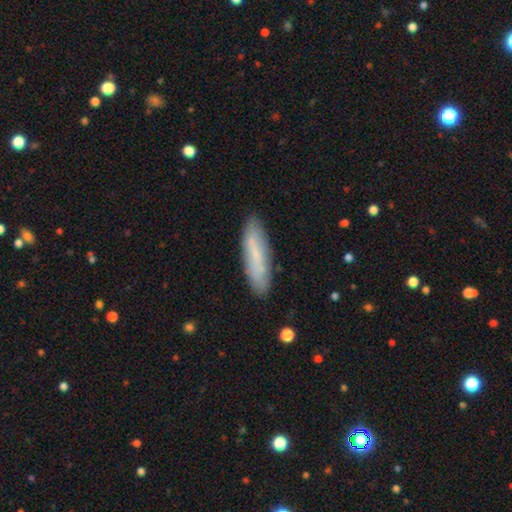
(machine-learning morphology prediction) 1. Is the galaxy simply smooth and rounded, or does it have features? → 68% smooth, 25% featured or disk, 7% star or artifact.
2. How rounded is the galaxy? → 73% cigar-shaped, 26% in between, 1% round.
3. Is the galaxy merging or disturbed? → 84% none, 12% minor disturbance, 3% major disturbance, 2% merger.